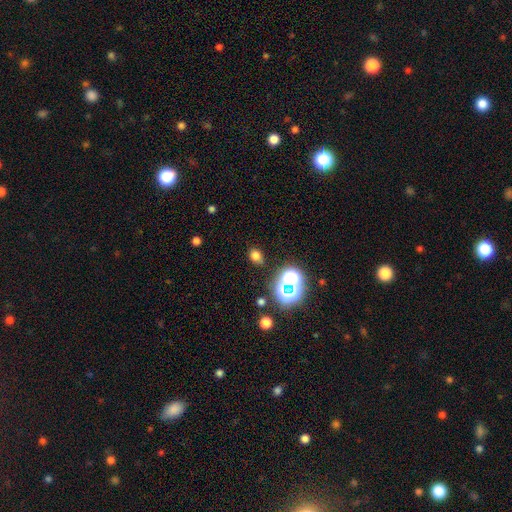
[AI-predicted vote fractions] Morphology: type=smooth (68%); roundness=in between (55%); merging=none (82%).